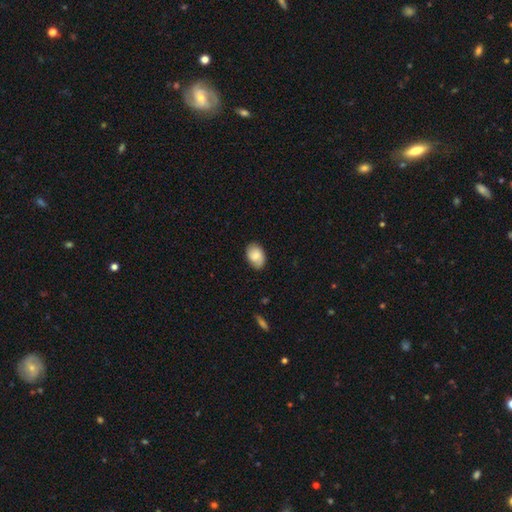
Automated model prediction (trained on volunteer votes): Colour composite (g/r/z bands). It shows a smooth galaxy with no disk features (79%) that is in between round and cigar-shaped (85%). Merging: none (80%).